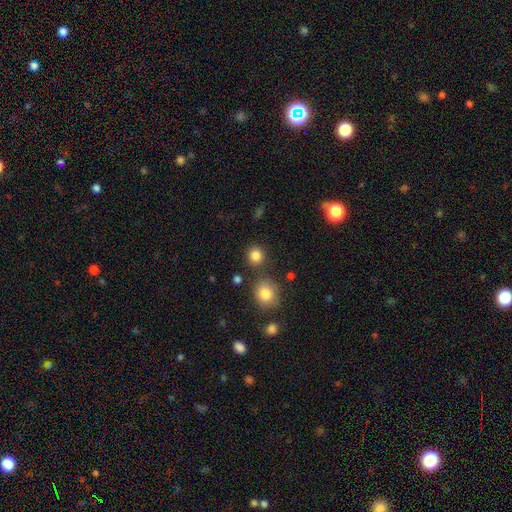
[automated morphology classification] A smooth galaxy with no disk features (84%) that is round (88%). Merging: none (82%).